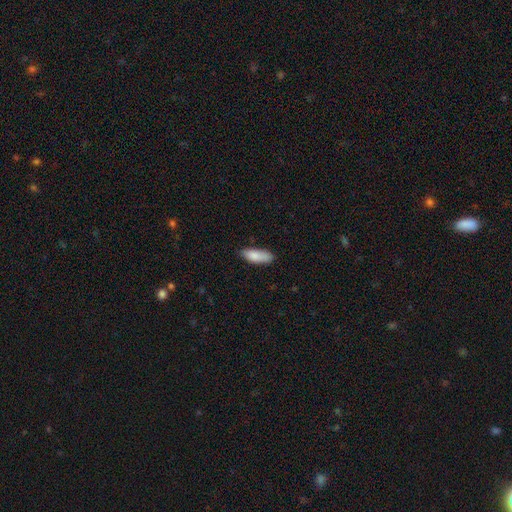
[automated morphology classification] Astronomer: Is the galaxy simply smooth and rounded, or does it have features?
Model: smooth — 86%.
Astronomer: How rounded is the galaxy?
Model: in between — 70%.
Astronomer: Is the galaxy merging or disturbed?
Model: none — 78%.